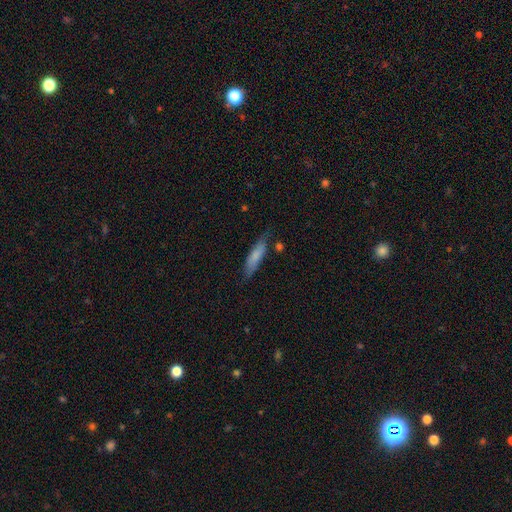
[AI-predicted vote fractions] Smooth or featured? smooth (73%)
How rounded? cigar-shaped (75%)
Merging? none (71%)